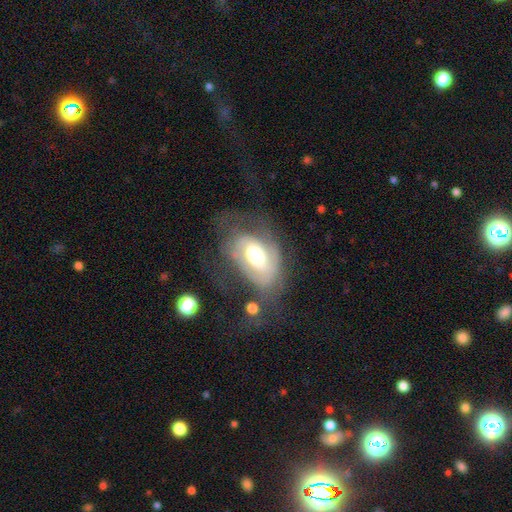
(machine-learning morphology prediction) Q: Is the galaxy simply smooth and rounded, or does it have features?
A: featured or disk — 67%.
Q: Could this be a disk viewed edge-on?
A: no — 94%.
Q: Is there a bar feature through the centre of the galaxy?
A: no — 55%.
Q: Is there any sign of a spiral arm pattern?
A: yes — 72%.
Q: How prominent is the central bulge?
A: moderate — 58%.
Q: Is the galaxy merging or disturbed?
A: none — 37%.